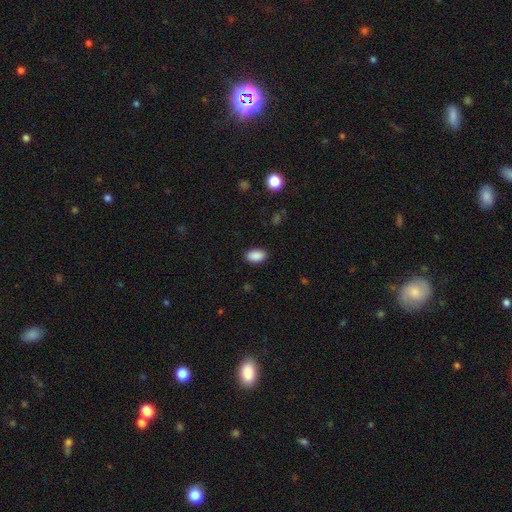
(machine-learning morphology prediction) smooth 90%, star or artifact 7%, featured or disk 3%. Down the decision tree: how rounded — in between (92%); merging — none (88%).